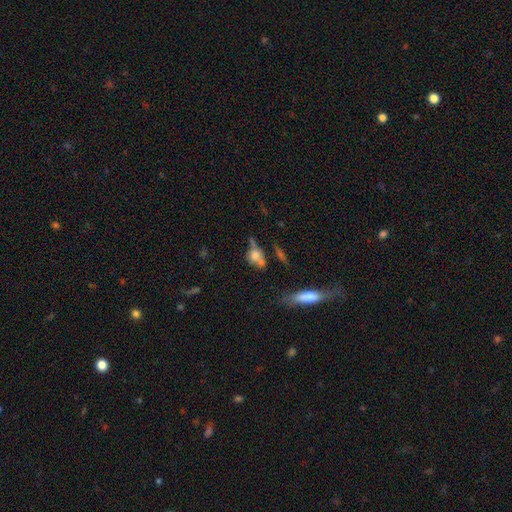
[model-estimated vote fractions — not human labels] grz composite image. It shows a smooth galaxy with no disk features (61%) that is in between round and cigar-shaped (52%). Merging: none (39%).